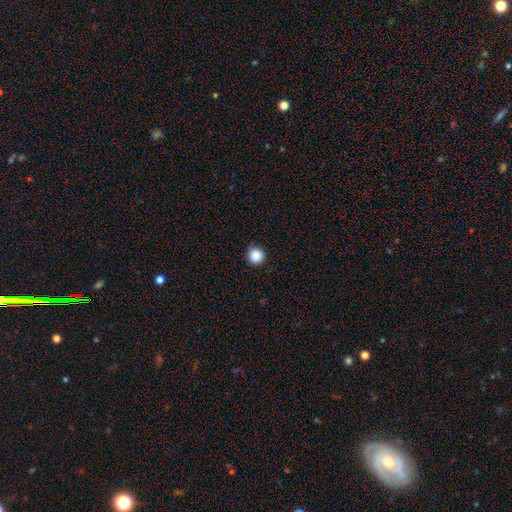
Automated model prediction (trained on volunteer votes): Q: Smooth or featured?
A: smooth (87%); runner-up: star or artifact (10%)
Q: How rounded?
A: round (96%); runner-up: in between (3%)
Q: Merging?
A: none (89%); runner-up: minor disturbance (8%)